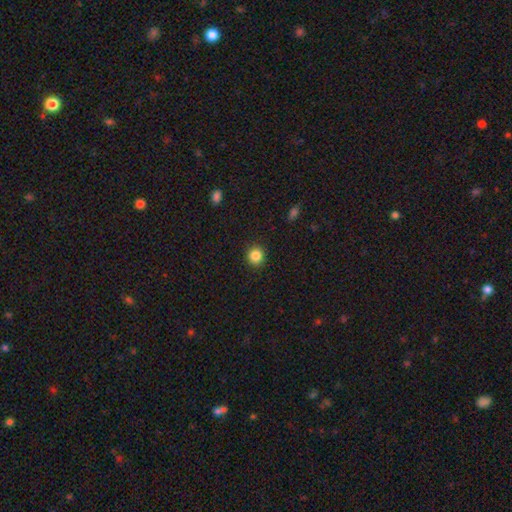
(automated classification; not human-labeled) This appears to be a smooth galaxy with no disk features (85%) that is round (92%). Merging: none (92%).